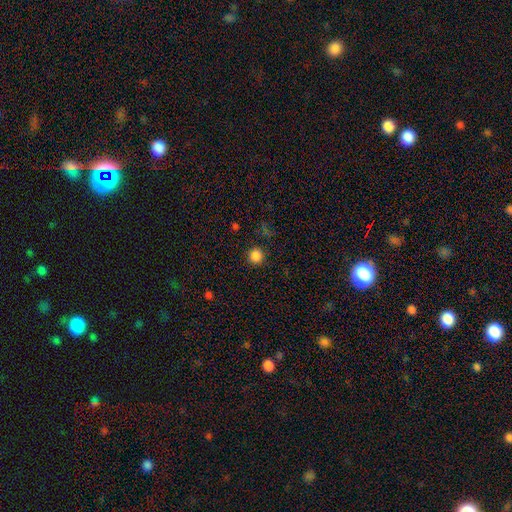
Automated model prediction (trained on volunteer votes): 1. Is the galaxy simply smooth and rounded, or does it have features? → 84% smooth, 13% star or artifact, 3% featured or disk.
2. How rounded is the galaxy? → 95% round, 4% in between, 1% cigar-shaped.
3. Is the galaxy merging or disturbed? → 91% none, 5% minor disturbance, 2% major disturbance, 1% merger.